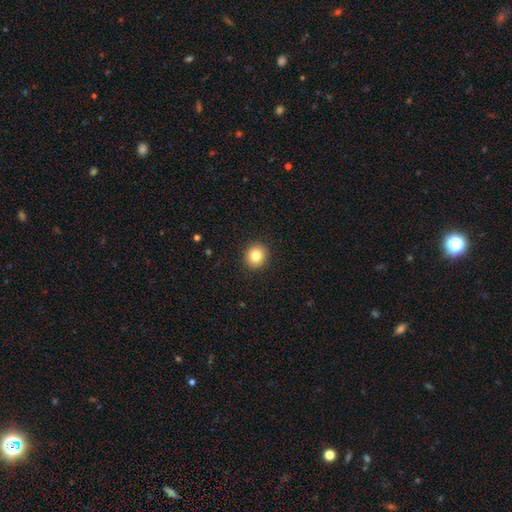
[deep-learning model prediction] A smooth galaxy with no disk features (81%) that is round (86%). Merging: none (92%).